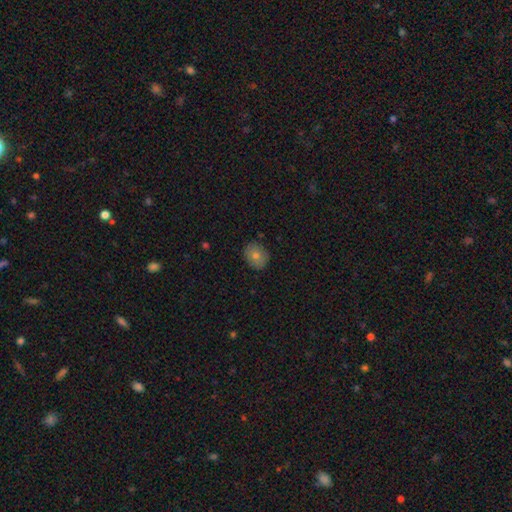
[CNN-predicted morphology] smooth_or_featured: smooth (p=0.71) [alt: featured or disk p=0.17]
how_rounded: round (p=0.57) [alt: in between p=0.42]
merging: none (p=0.85) [alt: minor disturbance p=0.11]